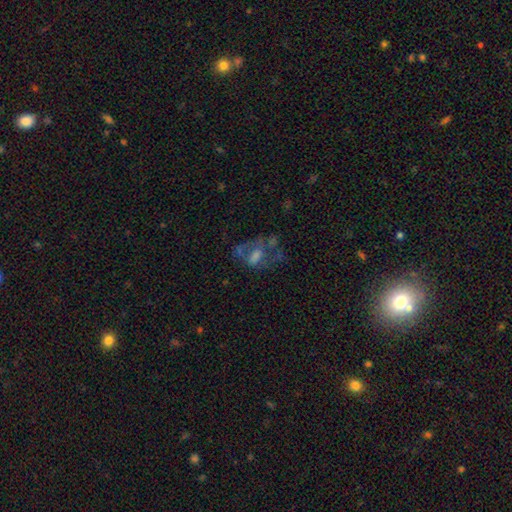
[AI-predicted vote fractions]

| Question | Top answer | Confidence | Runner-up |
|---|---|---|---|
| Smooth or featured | featured or disk | 53% | smooth (29%) |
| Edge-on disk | no | 95% | yes (5%) |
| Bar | no | 62% | weak (29%) |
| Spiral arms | no | 72% | yes (28%) |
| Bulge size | moderate | 36% | none (27%) |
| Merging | none | 36% | tied: major disturbance (36%) |